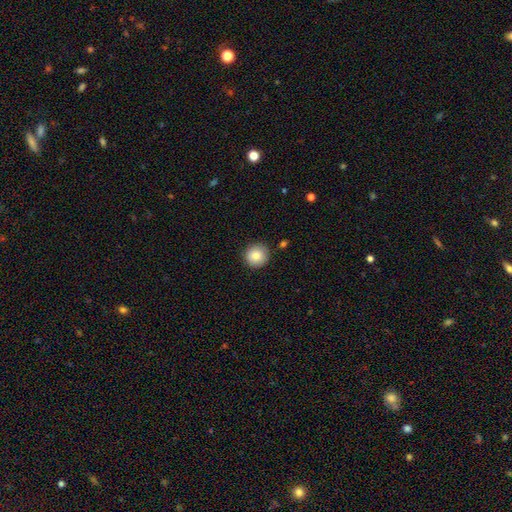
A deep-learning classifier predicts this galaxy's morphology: Smooth or featured? smooth (85%)
How rounded? round (94%)
Merging? none (88%)